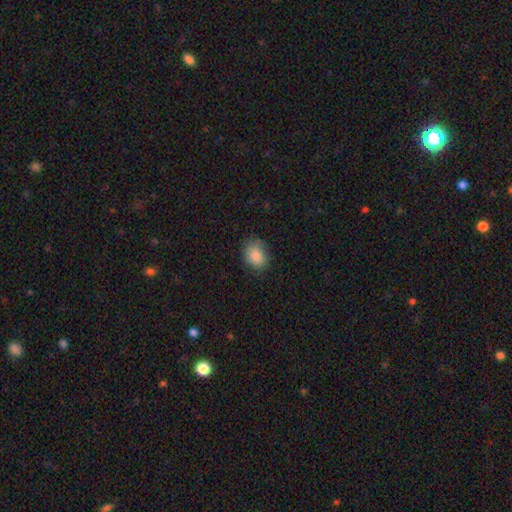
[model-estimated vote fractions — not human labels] This is clearly a smooth galaxy (87%). How rounded: likely in between (62%). Merging: likely none (73%).